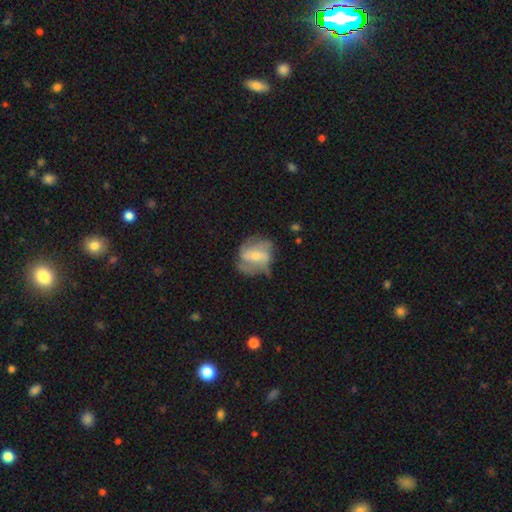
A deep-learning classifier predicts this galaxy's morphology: smooth-or-featured: featured or disk: 68% | smooth: 25% | star or artifact: 7%
  disk-edge-on: no: 97% | yes: 3%
    bar: weak: 43% | no: 38% | strong: 19%
    has-spiral-arms: yes: 83% | no: 17%
      spiral-winding: medium: 45% | tight: 28% | loose: 27%
      spiral-arm-count: 2: 32% | 3: 28% | can't tell: 24% | 4: 8% | 1: 4% | more than 4: 3%
    bulge-size: small: 52% | moderate: 41% | none: 4% | large: 3% | dominant: 1%
  merging: none: 56% | minor disturbance: 26% | major disturbance: 16% | merger: 2%